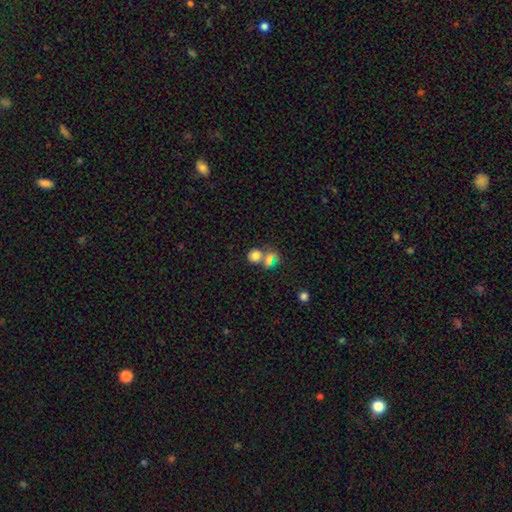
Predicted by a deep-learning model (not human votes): The model was most divided on "merging": merger: 44%, none: 42%, minor disturbance: 9%, major disturbance: 5%. More confident: smooth or featured — smooth (75%); how rounded — round (73%).